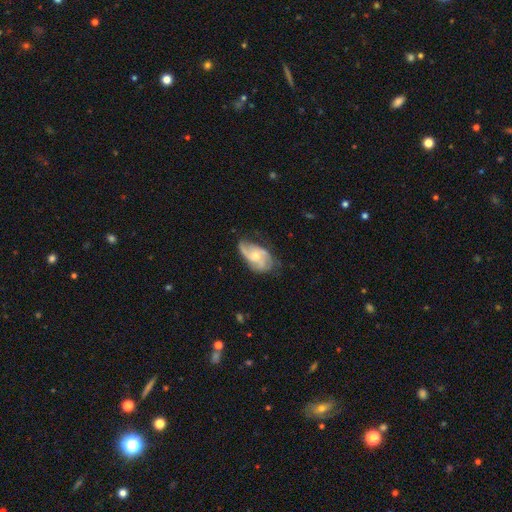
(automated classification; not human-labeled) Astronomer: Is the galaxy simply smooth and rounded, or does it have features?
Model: featured or disk — 74%.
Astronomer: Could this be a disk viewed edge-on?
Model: no — 96%.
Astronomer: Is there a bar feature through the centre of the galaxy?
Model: no — 68%.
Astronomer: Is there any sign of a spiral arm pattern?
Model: yes — 90%.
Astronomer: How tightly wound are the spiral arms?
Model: medium — 45% (runner-up: loose, 32%).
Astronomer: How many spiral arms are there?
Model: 3 — 35% (runner-up: 2, 34%).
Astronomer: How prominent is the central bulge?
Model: moderate — 53% (runner-up: small, 41%).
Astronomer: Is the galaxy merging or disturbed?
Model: none — 55%.